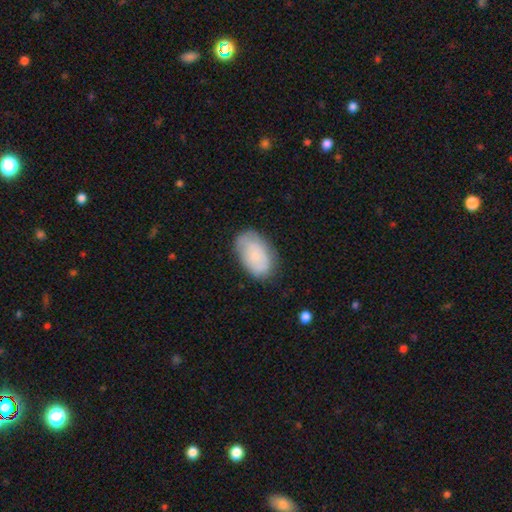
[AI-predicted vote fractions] smooth 65%, featured or disk 28%, star or artifact 7%. Down the decision tree: how rounded — in between (91%); merging — none (73%).